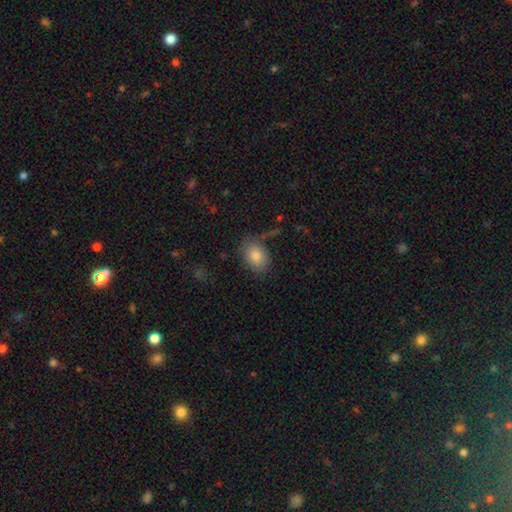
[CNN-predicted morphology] This appears to be a smooth galaxy with no disk features (82%) that is in between round and cigar-shaped (74%). Merging: none (73%).